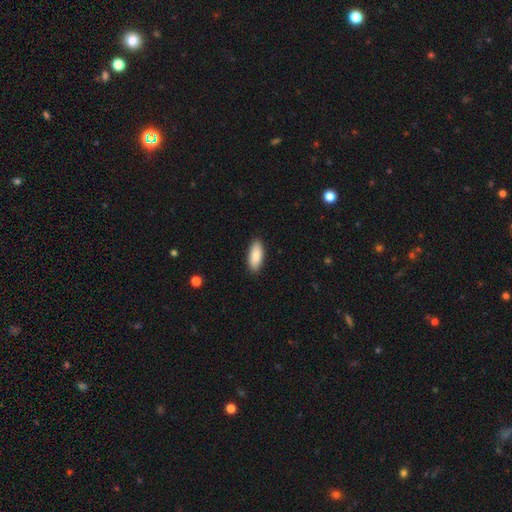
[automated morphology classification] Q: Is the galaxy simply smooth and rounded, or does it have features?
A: smooth — 88%.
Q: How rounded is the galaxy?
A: in between — 83%.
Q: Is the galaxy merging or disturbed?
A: none — 89%.